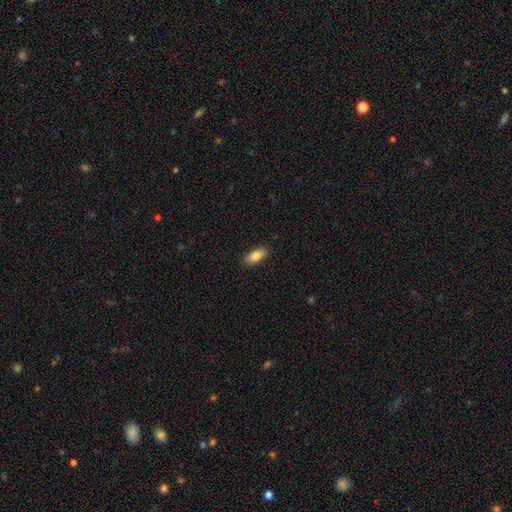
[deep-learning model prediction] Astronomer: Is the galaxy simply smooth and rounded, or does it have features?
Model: smooth — 85%.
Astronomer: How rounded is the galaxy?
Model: in between — 86%.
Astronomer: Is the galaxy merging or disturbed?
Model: none — 88%.